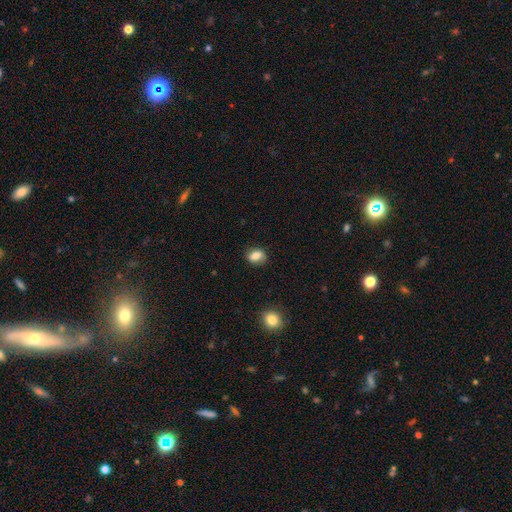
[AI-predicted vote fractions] Q: Smooth or featured?
A: smooth (79%); runner-up: featured or disk (12%)
Q: How rounded?
A: in between (66%); runner-up: round (32%)
Q: Merging?
A: none (77%); runner-up: minor disturbance (17%)